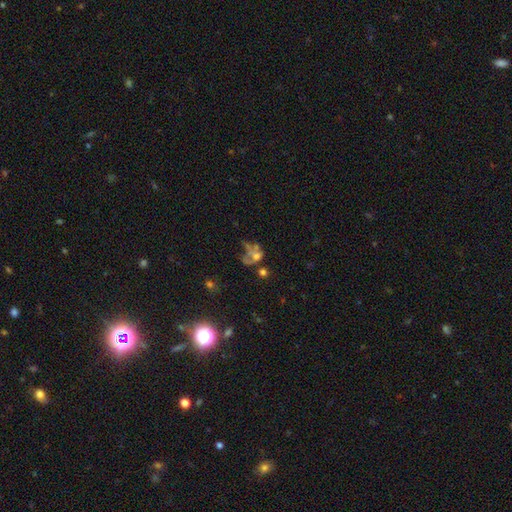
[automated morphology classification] Q: Smooth or featured?
A: smooth (41%); runner-up: featured or disk (36%)
Q: Merging?
A: major disturbance (37%); runner-up: merger (28%)